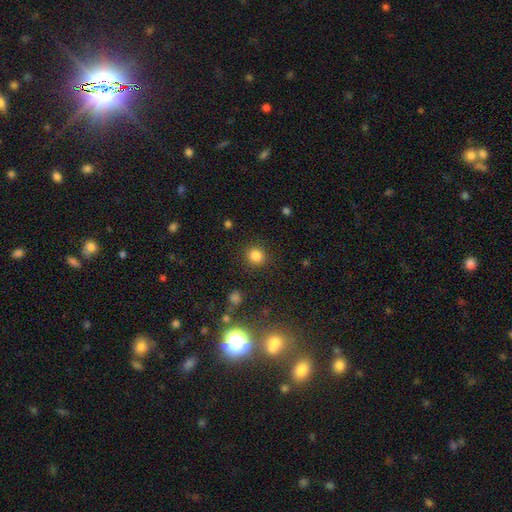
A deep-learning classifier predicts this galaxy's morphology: Q: Smooth or featured?
A: smooth (83%); runner-up: star or artifact (12%)
Q: How rounded?
A: round (88%); runner-up: in between (11%)
Q: Merging?
A: none (89%); runner-up: minor disturbance (6%)